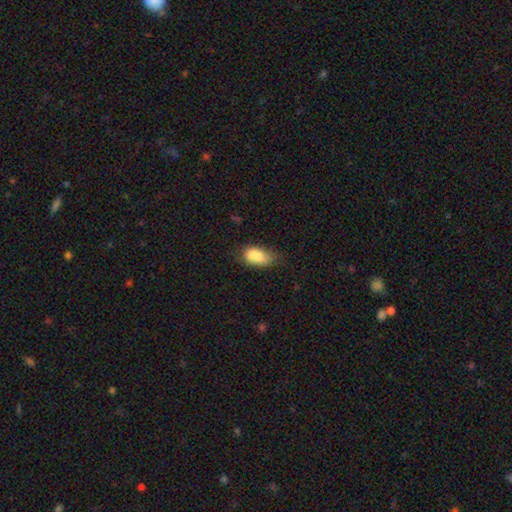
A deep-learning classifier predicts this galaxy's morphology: smooth 85%, star or artifact 8%, featured or disk 8%. Down the decision tree: how rounded — in between (91%); merging — none (54%).